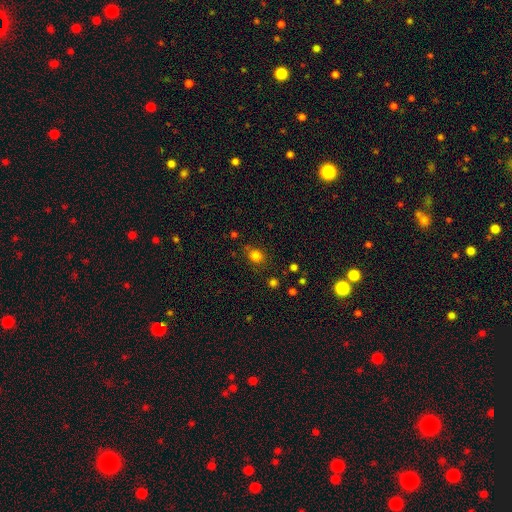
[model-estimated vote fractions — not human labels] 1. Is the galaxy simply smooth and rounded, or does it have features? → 79% smooth, 16% star or artifact, 5% featured or disk.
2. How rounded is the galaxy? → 71% round, 28% in between, 1% cigar-shaped.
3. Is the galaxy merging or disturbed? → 76% none, 15% minor disturbance, 5% major disturbance, 4% merger.